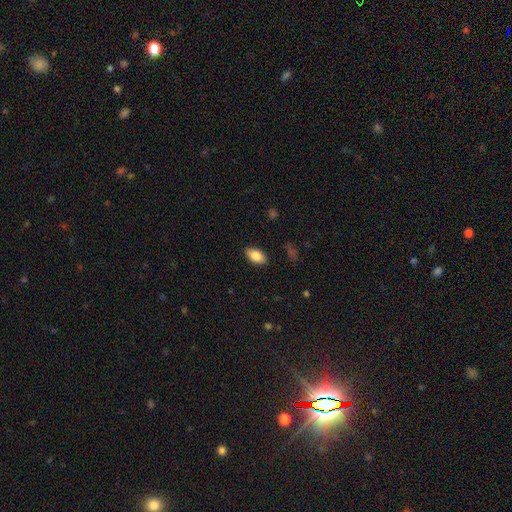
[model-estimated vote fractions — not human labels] smooth_or_featured: smooth (p=0.84) [alt: featured or disk p=0.09]
how_rounded: in between (p=0.92) [alt: round p=0.05]
merging: none (p=0.87) [alt: minor disturbance p=0.09]